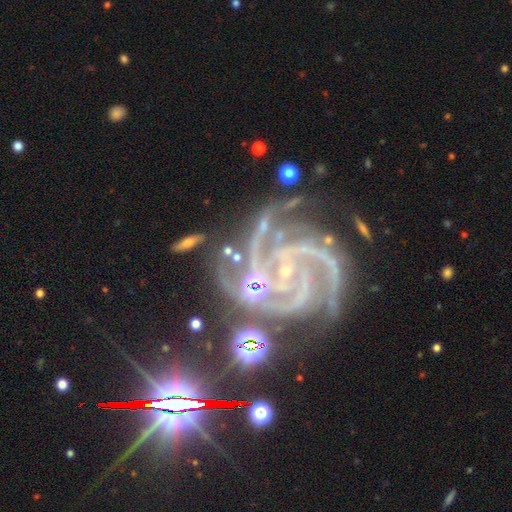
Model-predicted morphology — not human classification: Smooth or featured? featured or disk (89%)
Edge-on disk? no (98%)
Bar? no (57%)
Spiral arms? yes (99%)
Spiral winding? tight (59%)
Spiral arm count? 3 (33%)
Bulge size? small (81%)
Merging? none (55%)